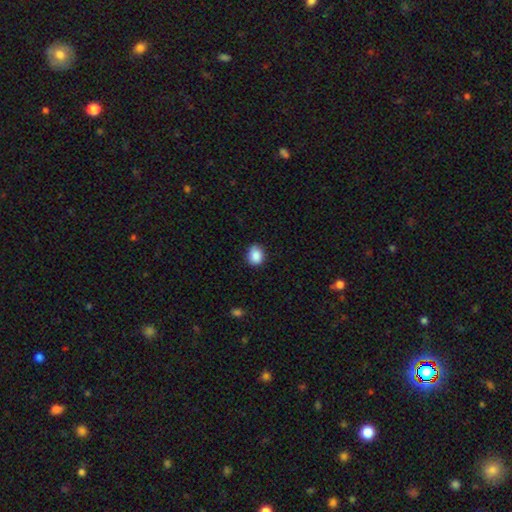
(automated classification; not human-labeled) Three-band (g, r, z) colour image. It shows a smooth galaxy with no disk features (87%) that is round (58%). Merging: none (80%).